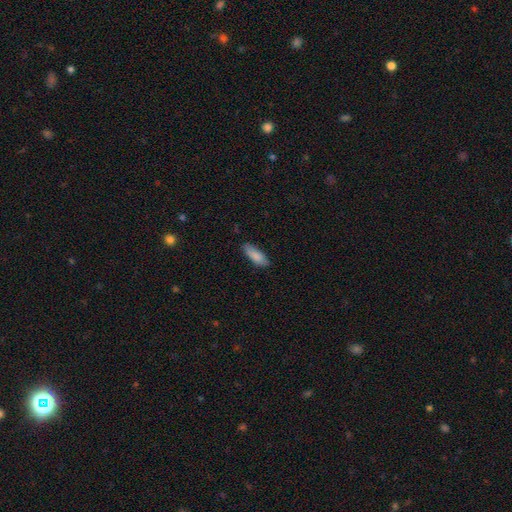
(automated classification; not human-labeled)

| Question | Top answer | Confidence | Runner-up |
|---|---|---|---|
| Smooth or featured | smooth | 87% | featured or disk (7%) |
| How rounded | in between | 66% | cigar-shaped (33%) |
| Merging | none | 81% | minor disturbance (16%) |